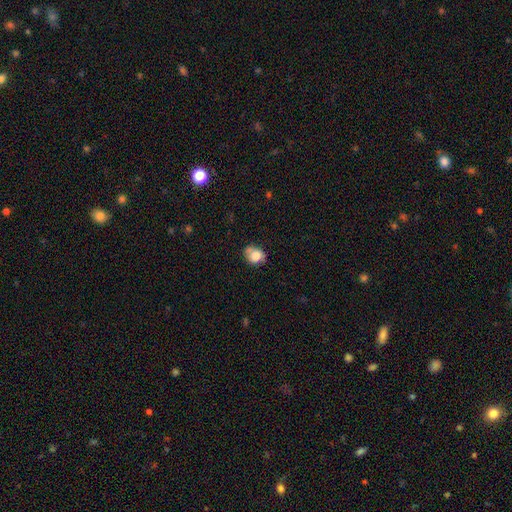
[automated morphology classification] smooth_or_featured: smooth (p=0.76) [alt: featured or disk p=0.15]
how_rounded: round (p=0.61) [alt: in between p=0.38]
merging: none (p=0.53) [alt: minor disturbance p=0.26]